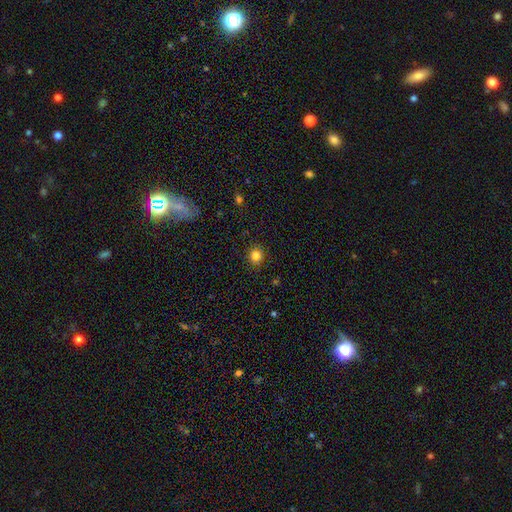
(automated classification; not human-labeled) The model was most divided on "smooth or featured": smooth: 83%, star or artifact: 12%, featured or disk: 5%. More confident: merging — none (90%); how rounded — round (90%).